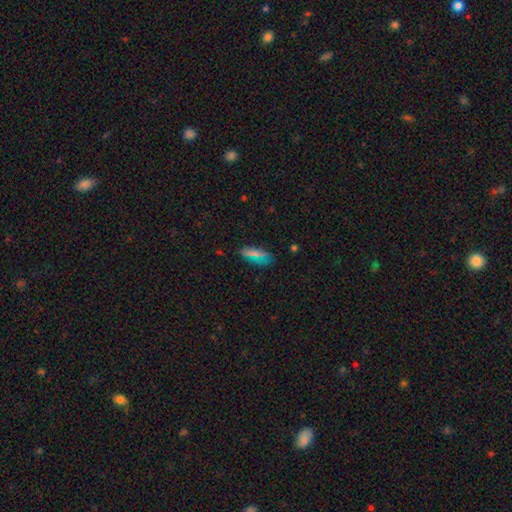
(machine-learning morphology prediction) smooth_or_featured: smooth (p=0.66) [alt: star or artifact p=0.22]
how_rounded: in between (p=0.80) [alt: cigar-shaped p=0.15]
merging: none (p=0.81) [alt: minor disturbance p=0.14]